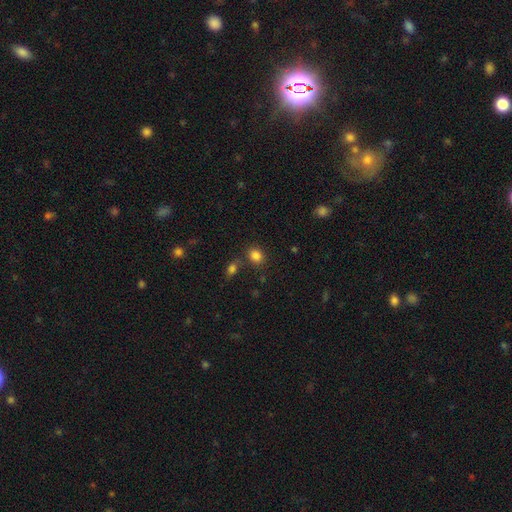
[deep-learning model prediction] Morphology: type=smooth (84%); roundness=round (51%); merging=none (74%).